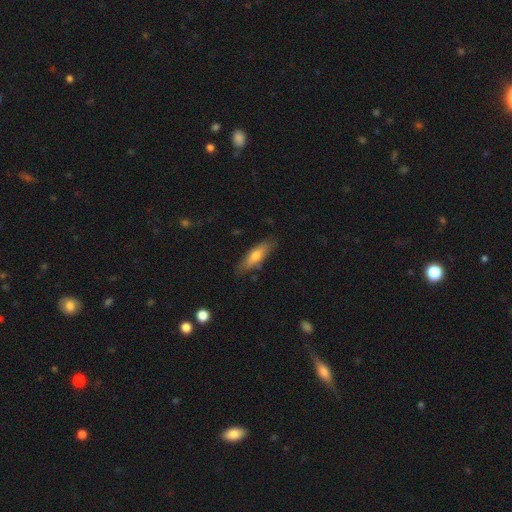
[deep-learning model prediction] A smooth galaxy with no disk features (63%) that is cigar-shaped (57%). Merging: none (80%).